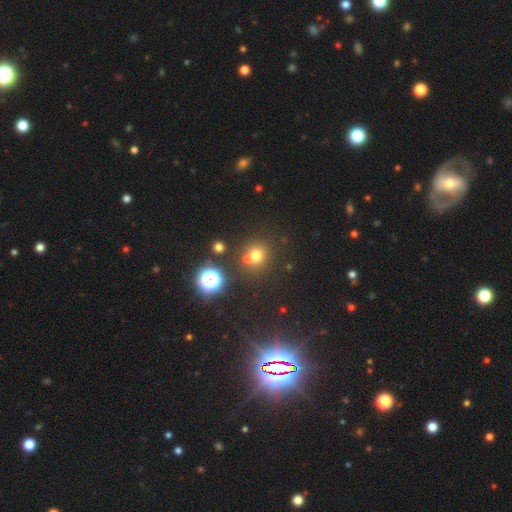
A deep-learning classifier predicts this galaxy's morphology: Overall: smooth (68%). How rounded: round (87%). Merging: none (67%).